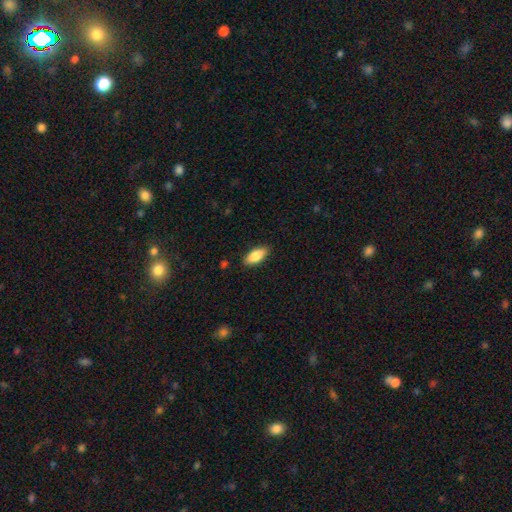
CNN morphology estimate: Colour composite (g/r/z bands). It shows a smooth galaxy with no disk features (84%) that is in between round and cigar-shaped (85%). Merging: none (87%).